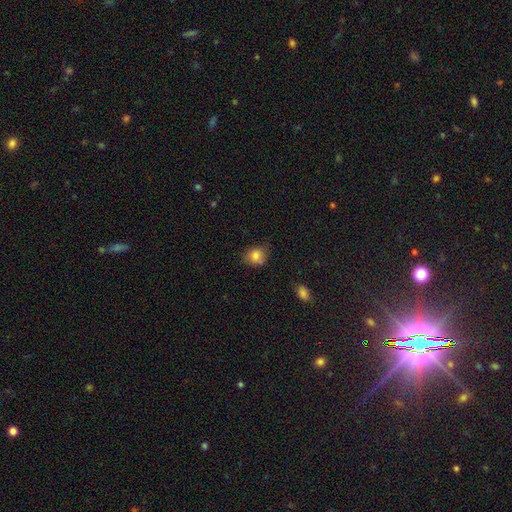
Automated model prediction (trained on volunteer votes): Smooth or featured? smooth (81%)
How rounded? round (68%)
Merging? none (66%)